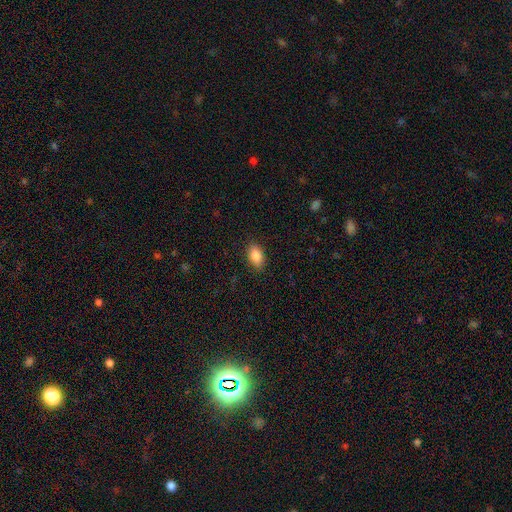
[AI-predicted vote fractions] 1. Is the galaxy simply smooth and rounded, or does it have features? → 86% smooth, 8% star or artifact, 6% featured or disk.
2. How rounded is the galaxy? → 90% in between, 7% round, 2% cigar-shaped.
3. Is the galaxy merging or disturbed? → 88% none, 9% minor disturbance, 2% major disturbance, 1% merger.